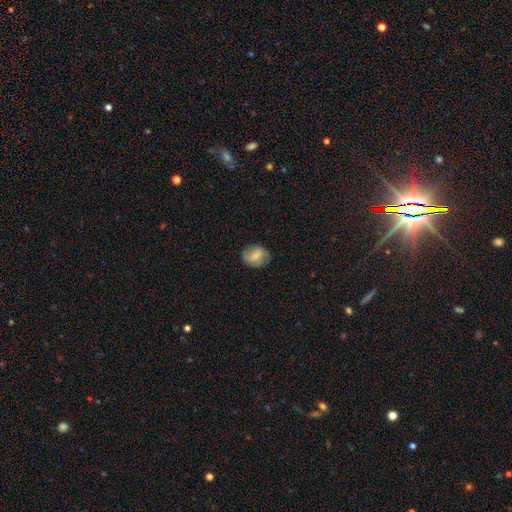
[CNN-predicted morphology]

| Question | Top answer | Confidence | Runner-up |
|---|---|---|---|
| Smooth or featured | smooth | 55% | featured or disk (37%) |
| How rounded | round | 54% | in between (44%) |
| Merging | none | 76% | minor disturbance (18%) |